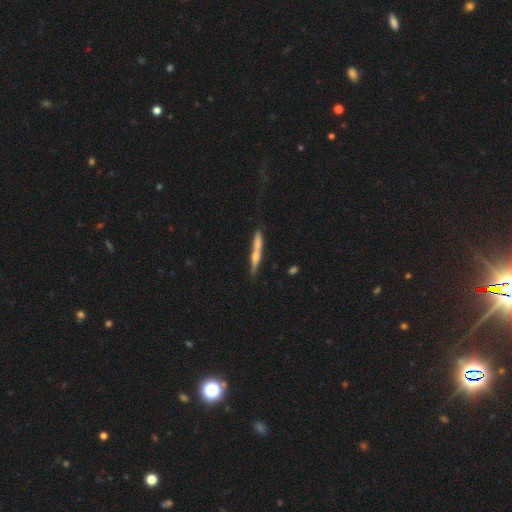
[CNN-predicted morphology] Smooth or featured? featured or disk (59%)
Edge-on disk? yes (94%)
Edge-on bulge? rounded (74%)
Merging? none (70%)